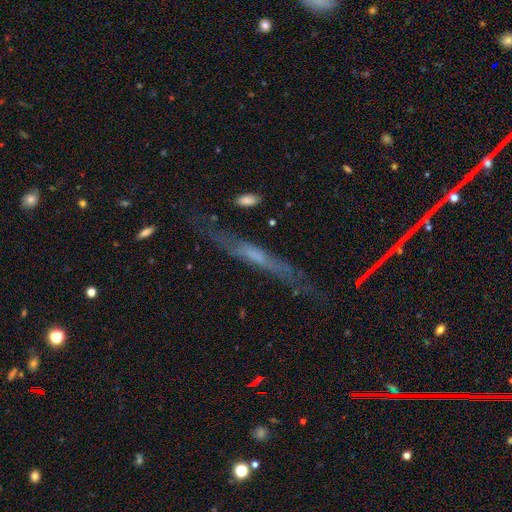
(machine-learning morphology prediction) A featured or disk galaxy (62%) viewed edge-on (83%) with no central bulge (57%). Merging: none (71%).